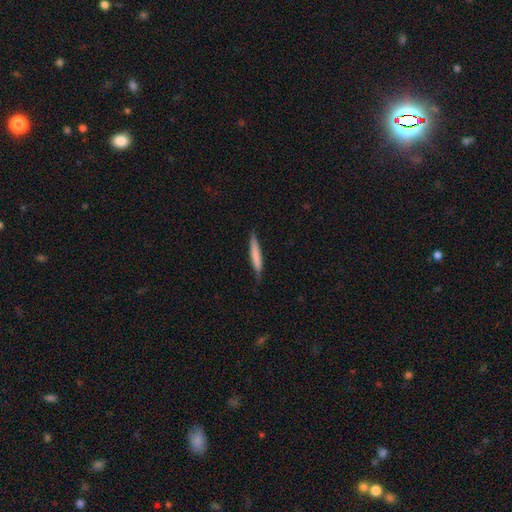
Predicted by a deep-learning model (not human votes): This is likely a smooth galaxy (71%). How rounded: clearly cigar-shaped (94%). Merging: likely none (79%).